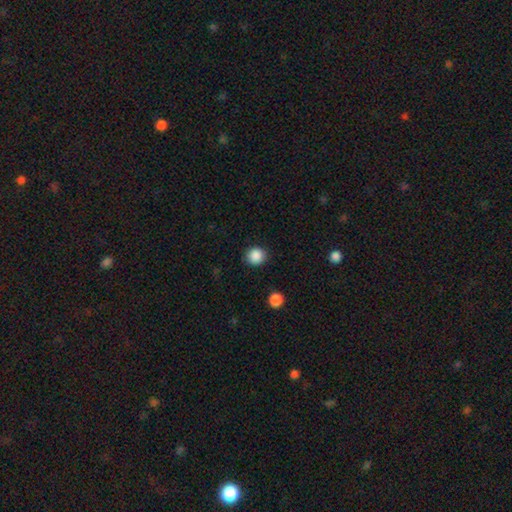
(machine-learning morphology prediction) Smooth or featured: smooth — 88% (star or artifact — 9%)
How rounded: round — 91% (in between — 8%)
Merging: none — 89% (minor disturbance — 7%)